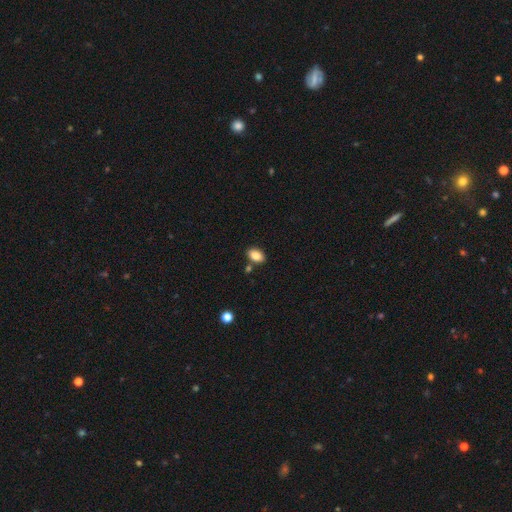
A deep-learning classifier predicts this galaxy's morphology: This is clearly a smooth galaxy (85%). How rounded: clearly in between (88%). Merging: clearly none (81%).